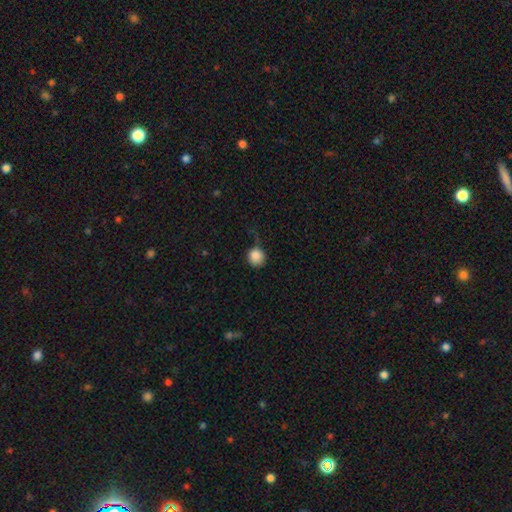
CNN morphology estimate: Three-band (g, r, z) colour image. It shows a smooth galaxy with no disk features (87%) that is round (89%). Merging: none (60%).